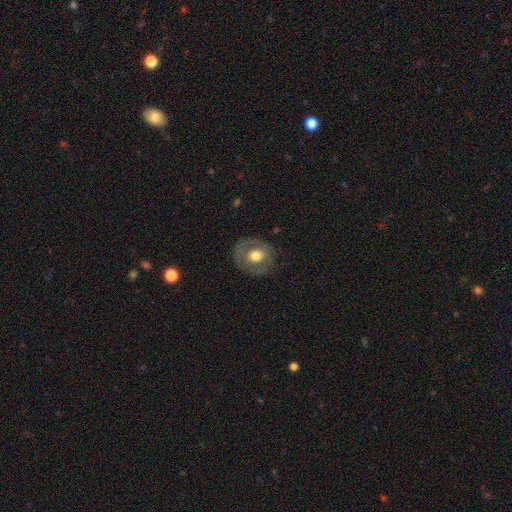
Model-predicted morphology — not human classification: Overall: smooth (52%; featured or disk 41%). How rounded: round (77%). Merging: none (79%).